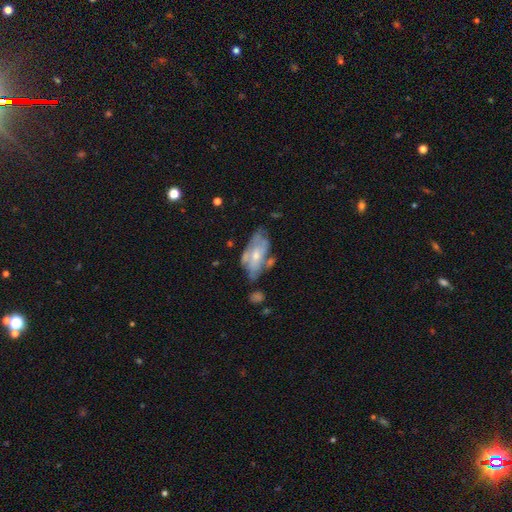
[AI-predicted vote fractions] This is possibly a featured or disk galaxy (57%). It is clearly not viewed edge-on (91%). Bar: likely no (76%). Spiral arm pattern: possibly no (59%). Central bulge: possibly small (48%). Merging: marginally none (39%).